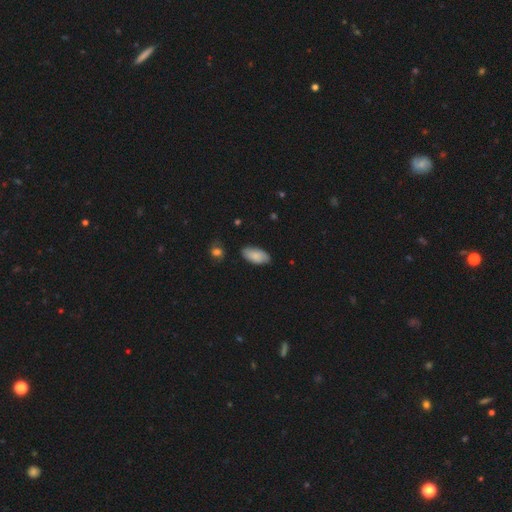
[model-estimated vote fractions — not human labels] Smooth or featured? smooth (82%)
How rounded? in between (93%)
Merging? none (80%)